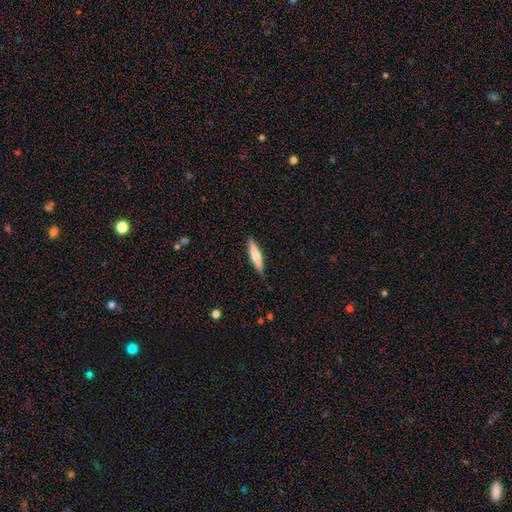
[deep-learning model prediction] smooth-or-featured: smooth: 57% | featured or disk: 37% | star or artifact: 6%
  how-rounded: cigar-shaped: 81% | in between: 17% | round: 2%
  merging: none: 83% | minor disturbance: 13% | major disturbance: 2% | merger: 1%